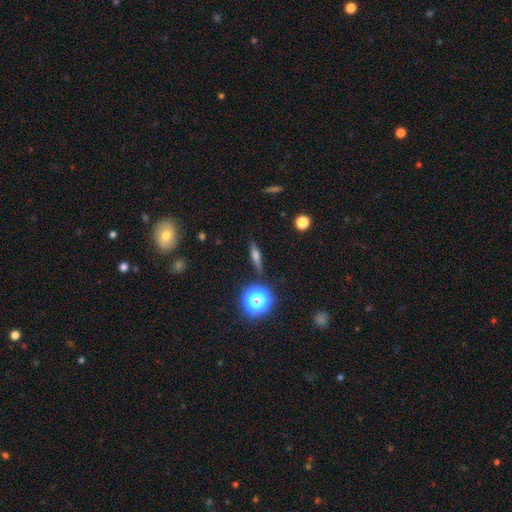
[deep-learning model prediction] Smooth or featured?
  - smooth: 43% *
  - featured or disk: 41%
  - star or artifact: 17%
Merging?
  - none: 87% *
  - minor disturbance: 9%
  - major disturbance: 2%
  - merger: 2%